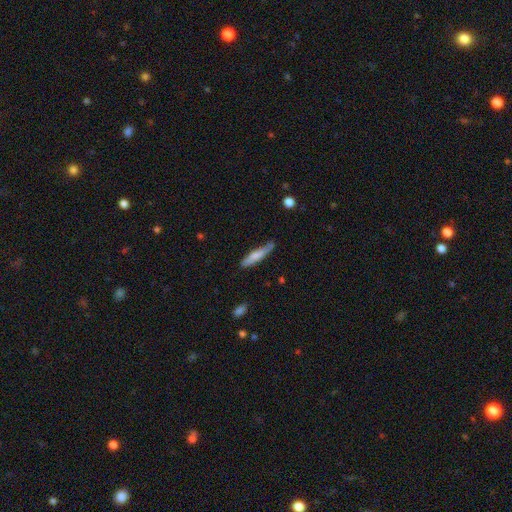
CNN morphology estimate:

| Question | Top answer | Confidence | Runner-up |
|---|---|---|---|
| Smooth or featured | smooth | 68% | featured or disk (27%) |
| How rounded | cigar-shaped | 86% | in between (12%) |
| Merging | none | 66% | minor disturbance (25%) |